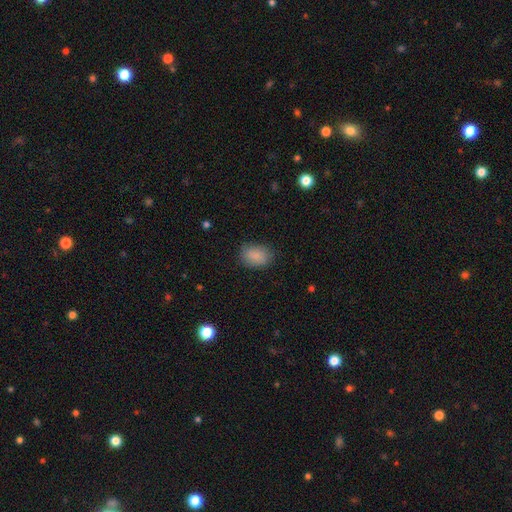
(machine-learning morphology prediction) Overall: smooth (87%). How rounded: in between (77%). Merging: none (79%).